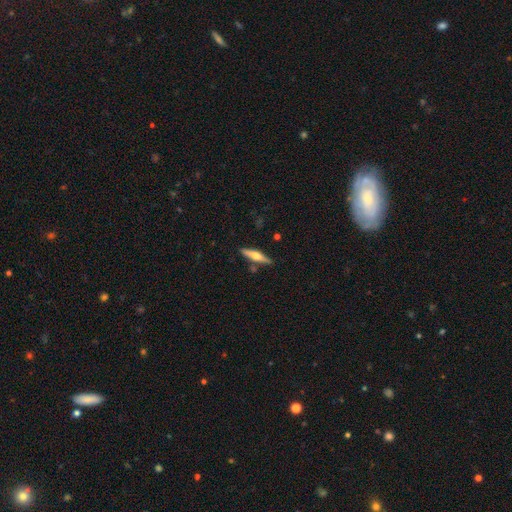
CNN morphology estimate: Smooth or featured? Predicted: featured or disk (p=0.52). Edge-on disk? Predicted: yes (p=0.95). Merging? Predicted: none (p=0.83).